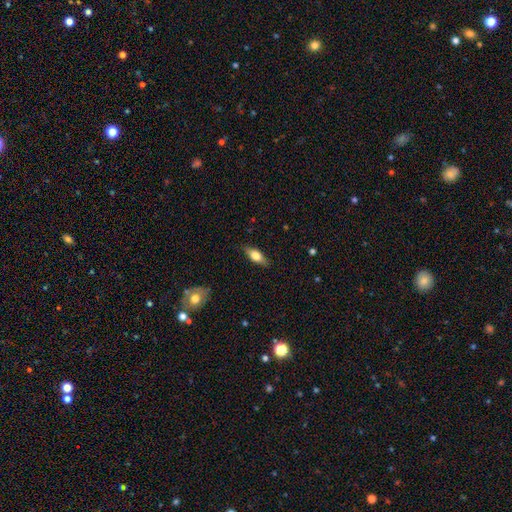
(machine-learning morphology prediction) Smooth or featured? Predicted: smooth (p=0.62). How rounded? Predicted: in between (p=0.68). Merging? Predicted: none (p=0.85).